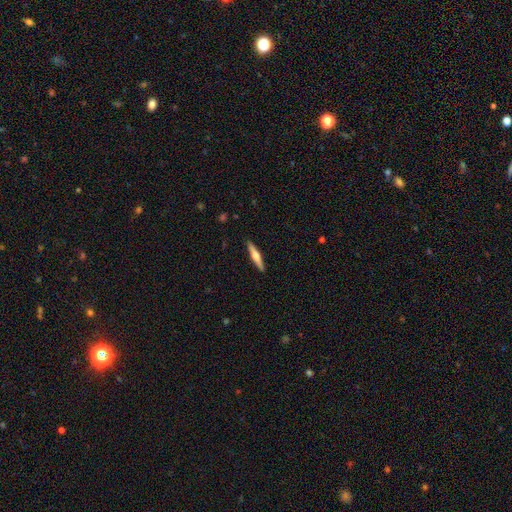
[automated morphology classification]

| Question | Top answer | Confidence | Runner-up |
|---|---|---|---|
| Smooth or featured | featured or disk | 56% | smooth (38%) |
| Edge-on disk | yes | 97% | no (3%) |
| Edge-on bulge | rounded | 85% | boxy (9%) |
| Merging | none | 91% | minor disturbance (7%) |